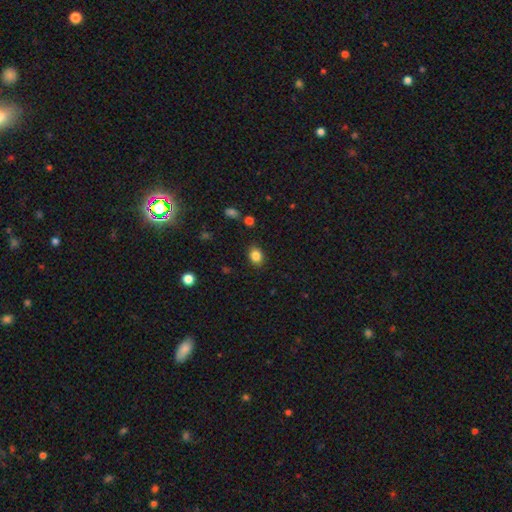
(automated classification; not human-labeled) A smooth galaxy with no disk features (85%) that is in between round and cigar-shaped (53%).

Vote fractions:
- Smooth or featured? smooth: 85% / star or artifact: 10% / featured or disk: 5%
- How rounded? in between: 53% / round: 46% / cigar-shaped: 1%
- Merging? none: 87% / minor disturbance: 9% / major disturbance: 2% / merger: 2%